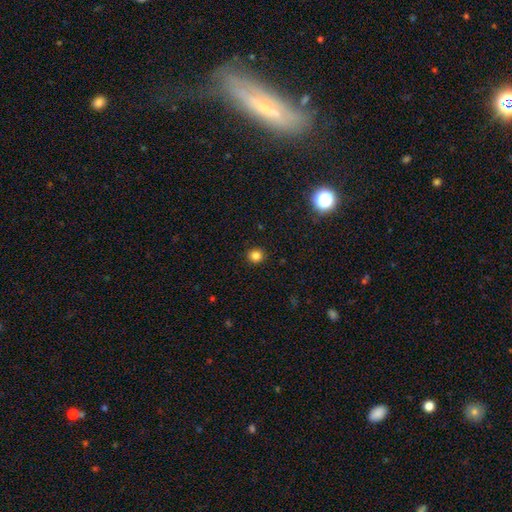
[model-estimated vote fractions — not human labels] smooth-or-featured: smooth: 82% | star or artifact: 13% | featured or disk: 4%
  how-rounded: round: 92% | in between: 7% | cigar-shaped: 1%
  merging: none: 92% | minor disturbance: 5% | major disturbance: 2% | merger: 1%